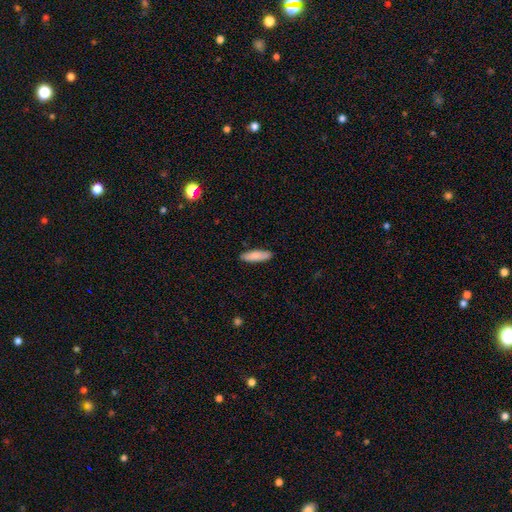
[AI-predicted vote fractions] The model was most divided on "how rounded": cigar-shaped: 54%, in between: 45%, round: 2%. More confident: merging — none (88%); smooth or featured — smooth (85%).